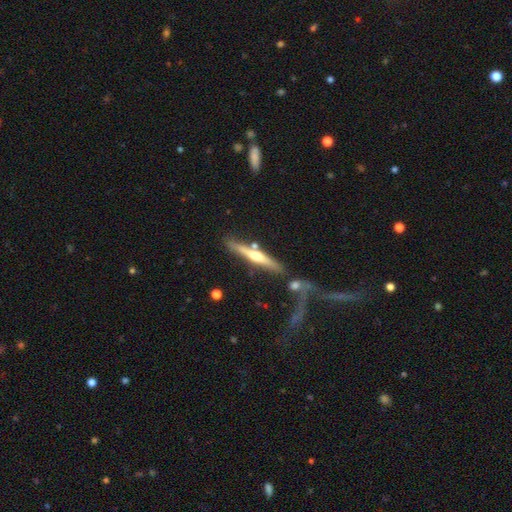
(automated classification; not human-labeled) Smooth or featured? featured or disk (66%)
Edge-on disk? yes (95%)
Edge-on bulge? rounded (87%)
Merging? none (68%)